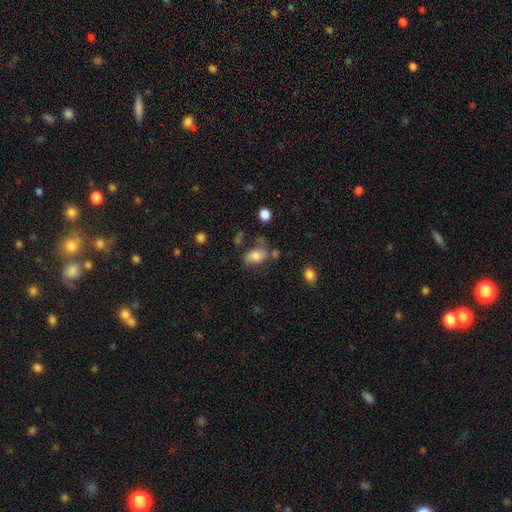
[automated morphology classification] A smooth galaxy with no disk features (75%) that is in between round and cigar-shaped (87%). Merging: none (50%).